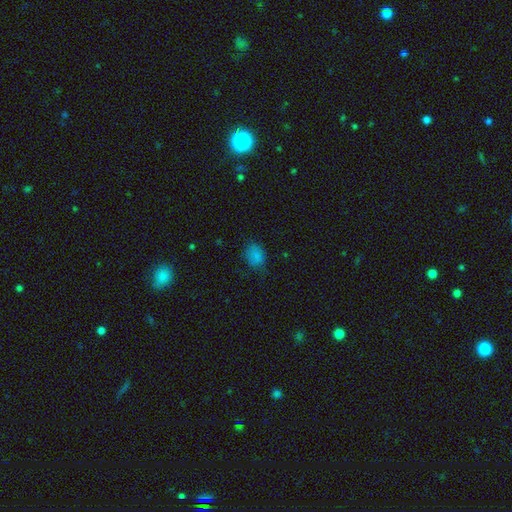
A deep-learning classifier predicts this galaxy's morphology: Smooth or featured: smooth — 80% (star or artifact — 14%)
How rounded: in between — 66% (round — 33%)
Merging: none — 68% (minor disturbance — 24%)